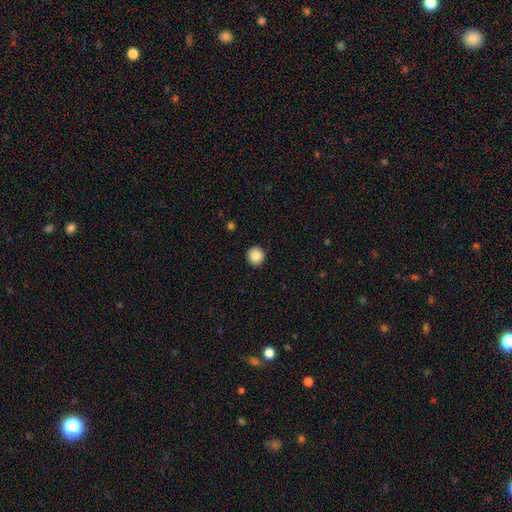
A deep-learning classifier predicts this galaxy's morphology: The model was most divided on "smooth or featured": smooth: 88%, star or artifact: 9%, featured or disk: 4%. More confident: how rounded — round (94%); merging — none (93%).